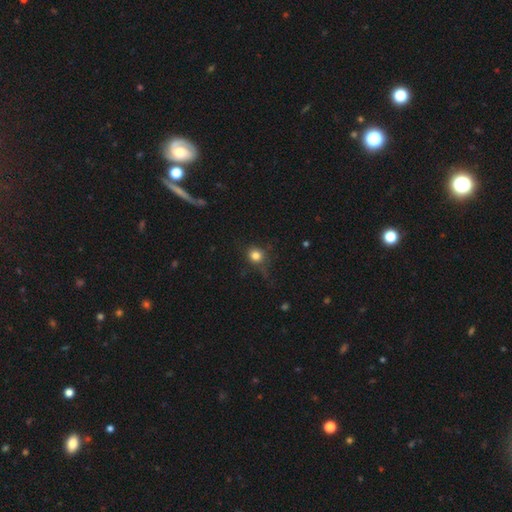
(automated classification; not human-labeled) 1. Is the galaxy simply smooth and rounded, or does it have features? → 79% smooth, 13% star or artifact, 8% featured or disk.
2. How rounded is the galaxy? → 84% round, 15% in between, 1% cigar-shaped.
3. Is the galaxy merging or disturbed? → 69% none, 20% minor disturbance, 9% major disturbance, 2% merger.